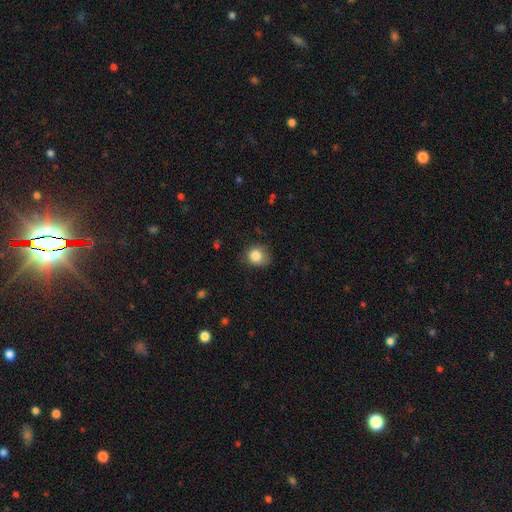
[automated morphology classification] smooth_or_featured: smooth (p=0.84) [alt: star or artifact p=0.10]
how_rounded: round (p=0.78) [alt: in between p=0.21]
merging: none (p=0.72) [alt: minor disturbance p=0.22]